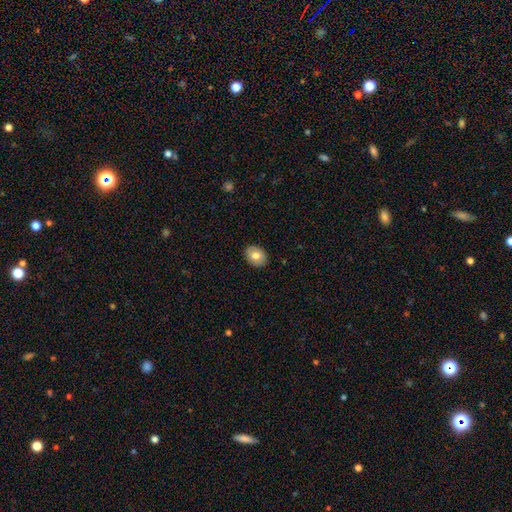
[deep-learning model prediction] Smooth or featured?
  - smooth: 76% *
  - featured or disk: 16%
  - star or artifact: 7%
How rounded?
  - in between: 62% *
  - round: 38%
  - cigar-shaped: 1%
Merging?
  - none: 89% *
  - minor disturbance: 8%
  - major disturbance: 2%
  - merger: 1%